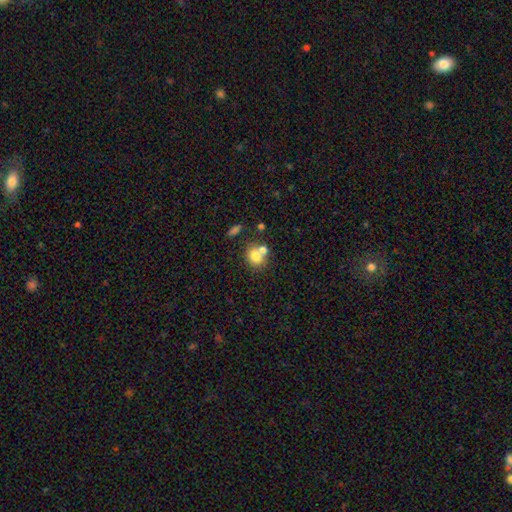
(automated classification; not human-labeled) This appears to be a smooth galaxy with no disk features (76%) that is round (64%). Merging: none (46%).